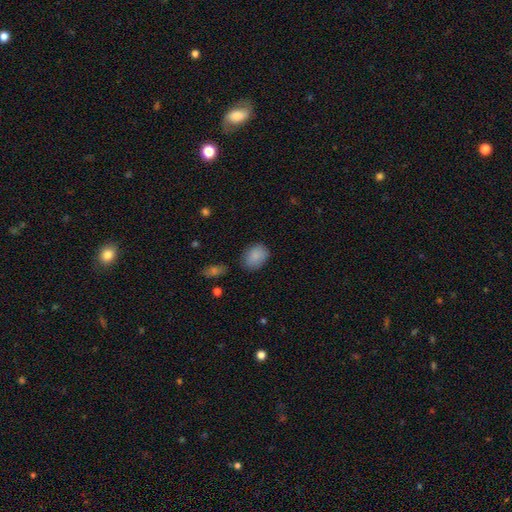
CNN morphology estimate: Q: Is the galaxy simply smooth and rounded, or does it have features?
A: smooth — 86%.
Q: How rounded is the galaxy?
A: in between — 72%.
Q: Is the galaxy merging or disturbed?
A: none — 74%.